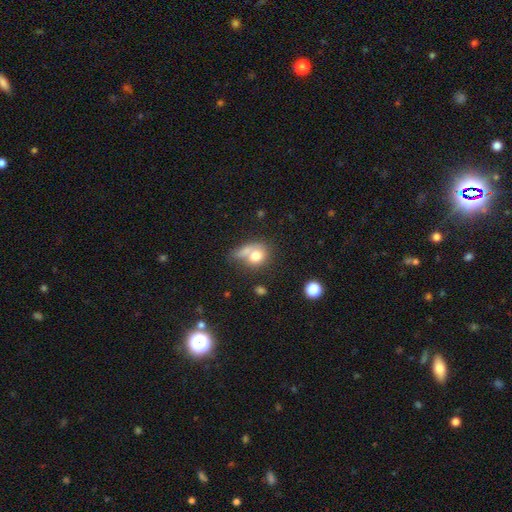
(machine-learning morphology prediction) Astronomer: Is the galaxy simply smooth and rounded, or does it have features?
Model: smooth — 75%.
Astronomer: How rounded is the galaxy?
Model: round — 54% (runner-up: in between, 44%).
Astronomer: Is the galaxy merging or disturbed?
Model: merger — 42% (runner-up: none, 30%).